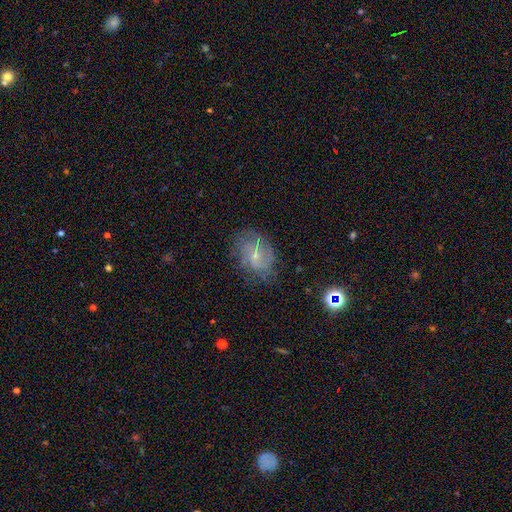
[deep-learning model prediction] This appears to be a featured or disk galaxy (65%) with a weak bar (51%), medium (41%) spiral arms (81%) and a small central bulge (72%). Merging: none (65%).